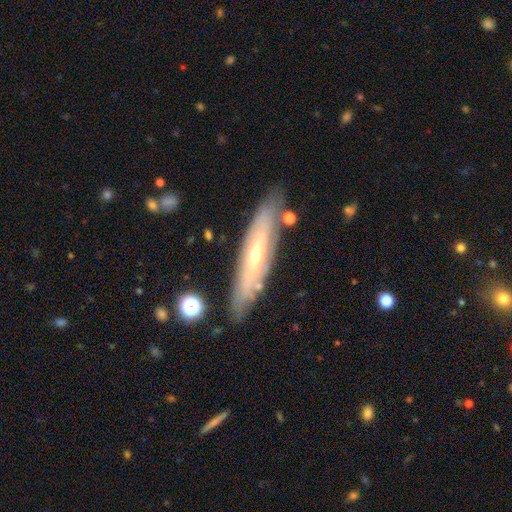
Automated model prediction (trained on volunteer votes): Smooth or featured? Predicted: featured or disk (p=0.67). Edge-on disk? Predicted: yes (p=0.59). Merging? Predicted: none (p=0.83).